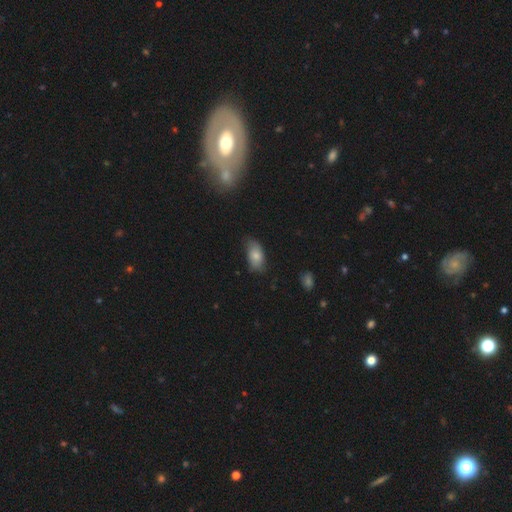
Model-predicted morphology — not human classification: Smooth or featured? Predicted: smooth (p=0.78). How rounded? Predicted: in between (p=0.92). Merging? Predicted: none (p=0.62).